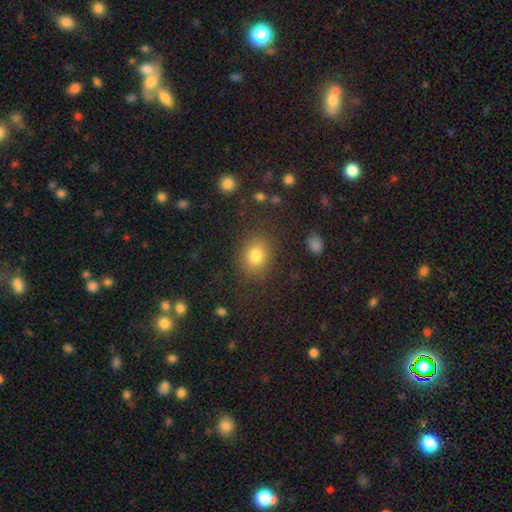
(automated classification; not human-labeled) A smooth galaxy with no disk features (80%) that is in between round and cigar-shaped (50%).

Vote fractions:
- Smooth or featured? smooth: 80% / star or artifact: 12% / featured or disk: 8%
- How rounded? in between: 50% / round: 49% / cigar-shaped: 1%
- Merging? none: 83% / minor disturbance: 11% / major disturbance: 5% / merger: 2%